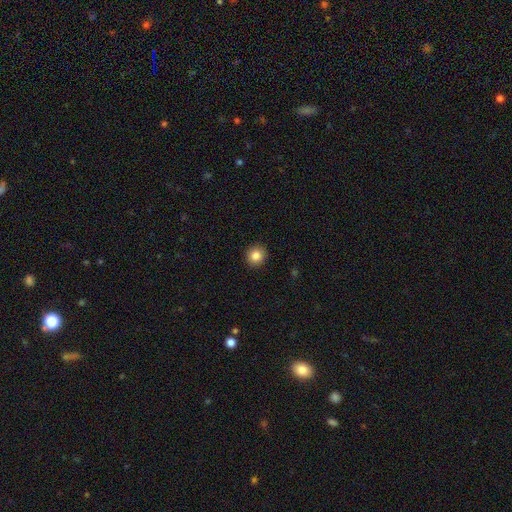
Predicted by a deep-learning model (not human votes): Smooth or featured? smooth (85%)
How rounded? round (90%)
Merging? none (92%)